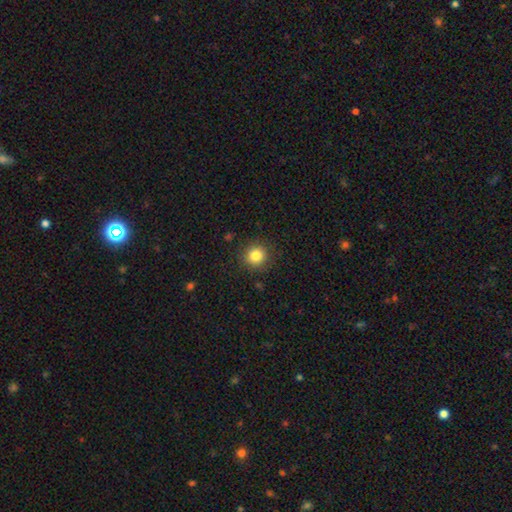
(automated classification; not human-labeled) smooth-or-featured: smooth: 83% | star or artifact: 11% | featured or disk: 6%
  how-rounded: round: 91% | in between: 8% | cigar-shaped: 1%
  merging: none: 89% | minor disturbance: 7% | major disturbance: 2% | merger: 1%